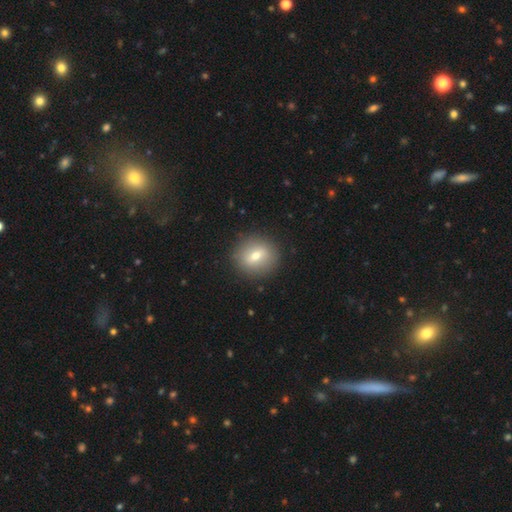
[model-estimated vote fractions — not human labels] smooth_or_featured: smooth (p=0.65) [alt: featured or disk p=0.25]
how_rounded: round (p=0.82) [alt: in between p=0.17]
merging: none (p=0.90) [alt: minor disturbance p=0.07]